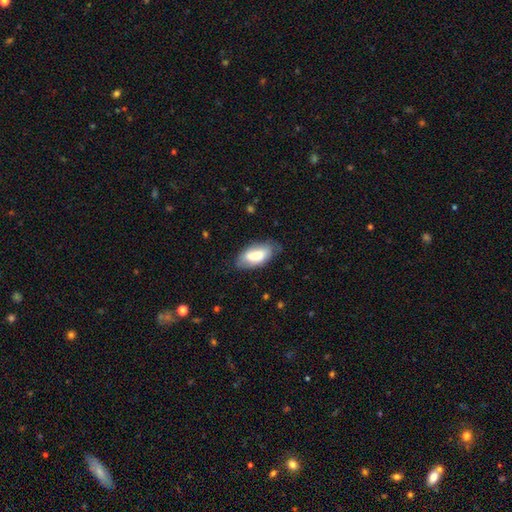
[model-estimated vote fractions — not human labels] Q: Smooth or featured?
A: smooth (74%); runner-up: featured or disk (20%)
Q: How rounded?
A: in between (92%); runner-up: cigar-shaped (6%)
Q: Merging?
A: none (73%); runner-up: minor disturbance (21%)